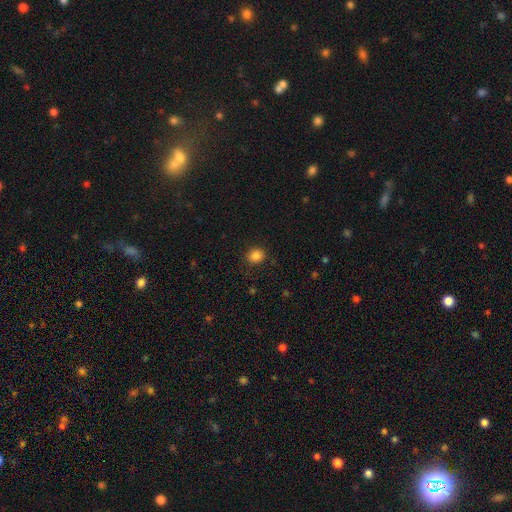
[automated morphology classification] type=smooth (85%); roundness=round (68%); merging=none (87%).